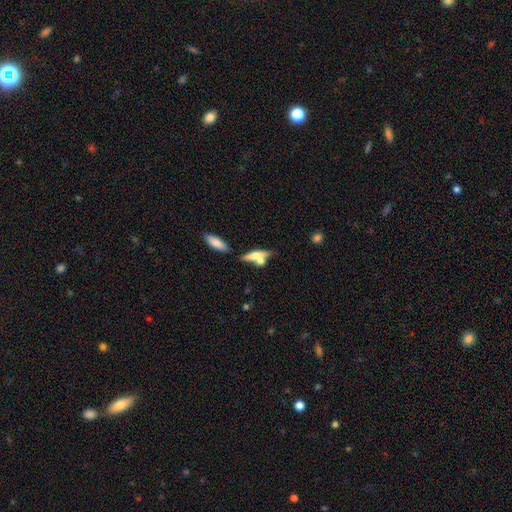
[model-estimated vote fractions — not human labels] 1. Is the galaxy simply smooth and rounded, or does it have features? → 55% smooth, 37% featured or disk, 8% star or artifact.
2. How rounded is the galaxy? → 61% cigar-shaped, 35% in between, 4% round.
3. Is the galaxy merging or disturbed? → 47% none, 34% merger, 13% minor disturbance, 6% major disturbance.